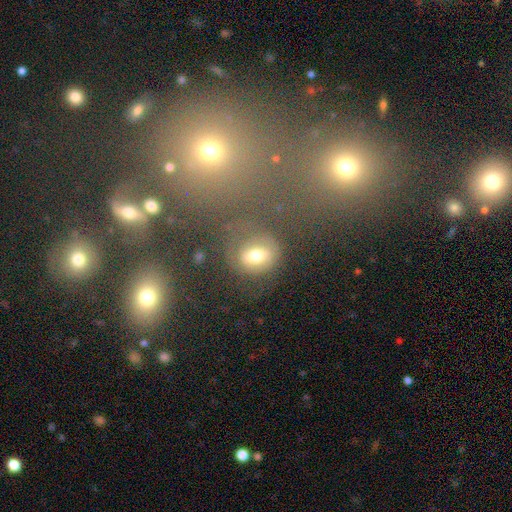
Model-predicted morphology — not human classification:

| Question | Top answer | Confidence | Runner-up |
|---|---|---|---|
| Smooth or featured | smooth | 54% | featured or disk (31%) |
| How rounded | round | 49% | tied: in between (49%) |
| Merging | none | 68% | minor disturbance (17%) |